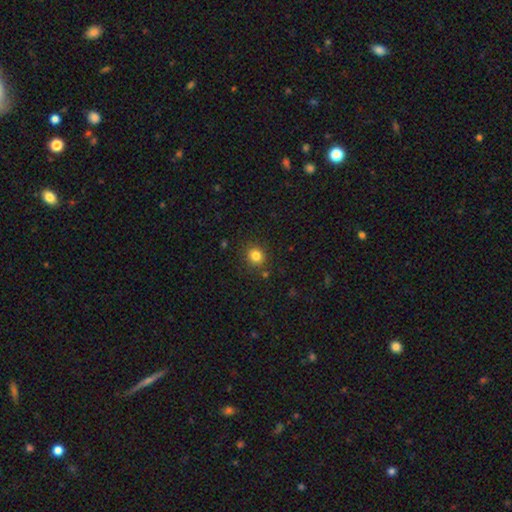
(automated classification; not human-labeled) Smooth or featured: smooth — 82% (star or artifact — 13%)
How rounded: round — 85% (in between — 14%)
Merging: none — 86% (minor disturbance — 8%)